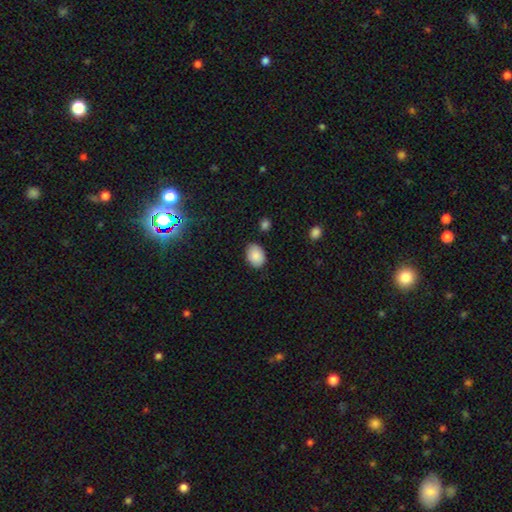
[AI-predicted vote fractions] Smooth or featured?
  - smooth: 88% *
  - star or artifact: 8%
  - featured or disk: 5%
How rounded?
  - in between: 70% *
  - round: 29%
  - cigar-shaped: 1%
Merging?
  - none: 79% *
  - minor disturbance: 16%
  - major disturbance: 3%
  - merger: 2%